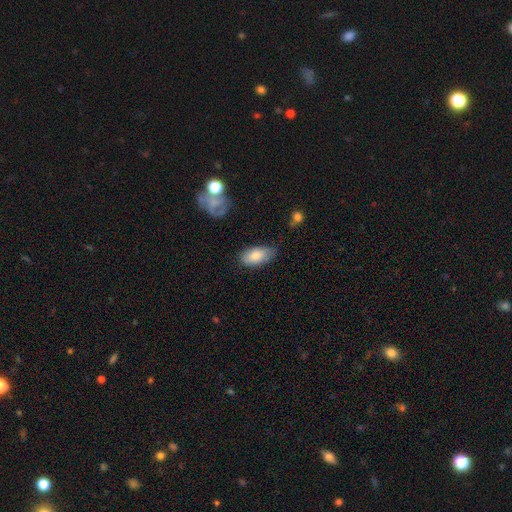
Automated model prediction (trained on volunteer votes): smooth 80%, featured or disk 13%, star or artifact 6%. Down the decision tree: how rounded — in between (93%); merging — none (67%).